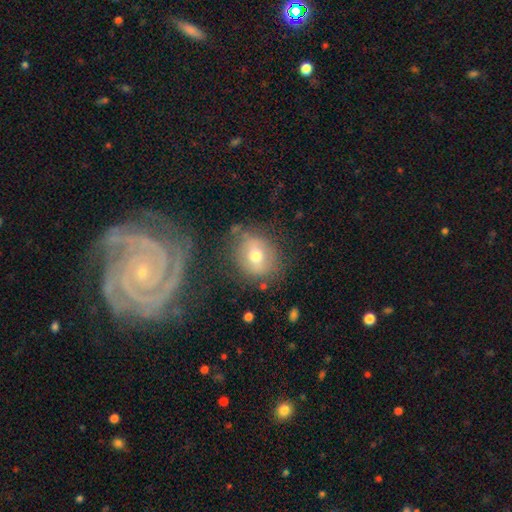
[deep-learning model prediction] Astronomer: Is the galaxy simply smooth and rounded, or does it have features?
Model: smooth — 59%.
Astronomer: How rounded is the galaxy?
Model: round — 71%.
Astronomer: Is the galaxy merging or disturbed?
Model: none — 72%.